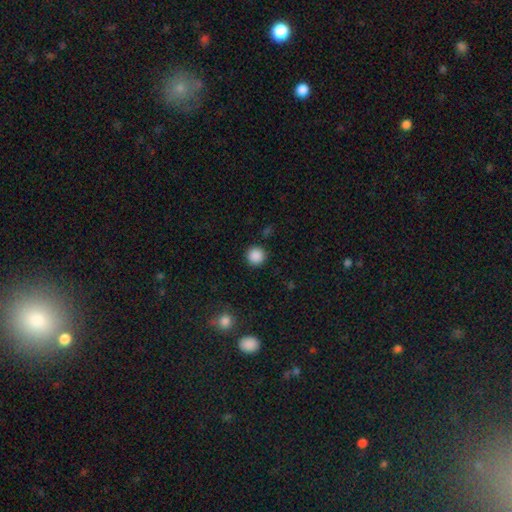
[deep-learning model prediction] A smooth galaxy with no disk features (88%) that is round (96%). Merging: none (92%).